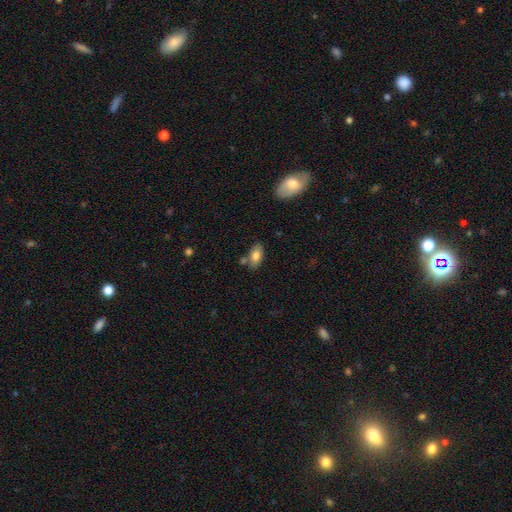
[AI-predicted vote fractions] A smooth galaxy with no disk features (78%) that is in between round and cigar-shaped (91%).

Vote fractions:
- Smooth or featured? smooth: 78% / featured or disk: 15% / star or artifact: 7%
- How rounded? in between: 91% / round: 5% / cigar-shaped: 4%
- Merging? none: 71% / minor disturbance: 15% / merger: 11% / major disturbance: 3%